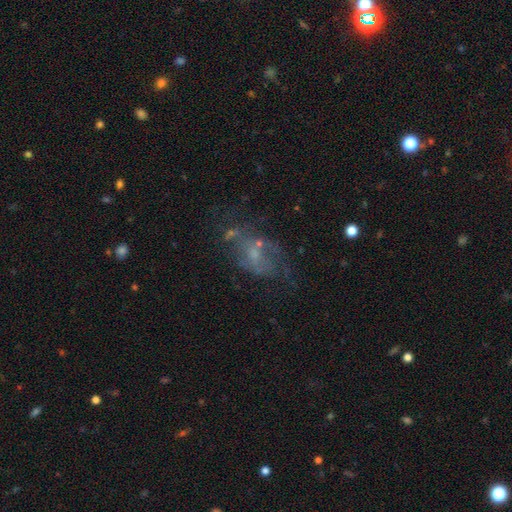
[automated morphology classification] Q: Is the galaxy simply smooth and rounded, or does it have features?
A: featured or disk — 54%.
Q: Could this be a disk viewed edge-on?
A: no — 95%.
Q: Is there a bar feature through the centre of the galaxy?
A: no — 76%.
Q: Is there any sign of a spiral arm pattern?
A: no — 61%.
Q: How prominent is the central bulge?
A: small — 45%.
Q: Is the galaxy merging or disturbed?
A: none — 41%.